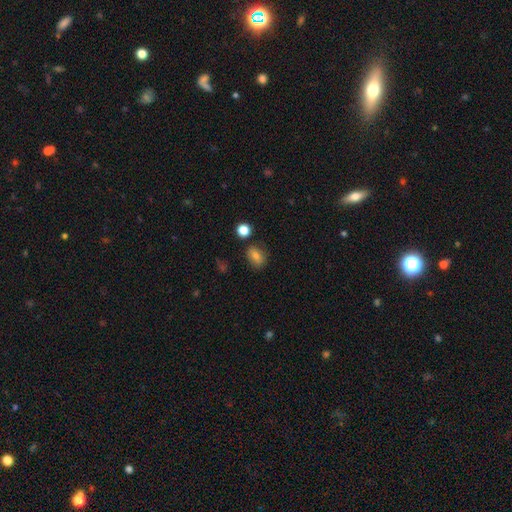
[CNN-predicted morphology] smooth-or-featured: smooth: 75% | featured or disk: 14% | star or artifact: 12%
  how-rounded: in between: 60% | round: 39% | cigar-shaped: 2%
  merging: none: 78% | minor disturbance: 14% | merger: 4% | major disturbance: 4%